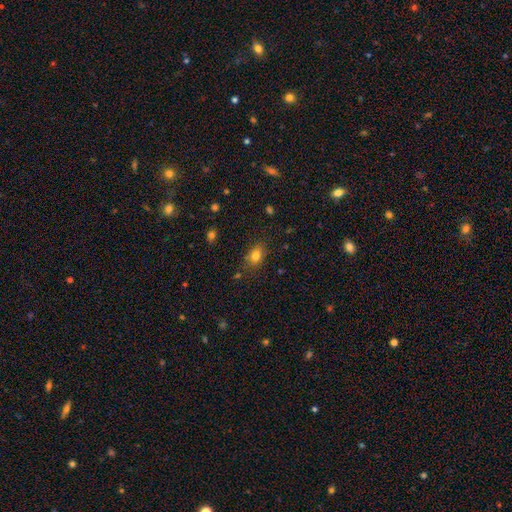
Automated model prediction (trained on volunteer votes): Morphology: type=smooth (78%); roundness=in between (69%); merging=none (79%).